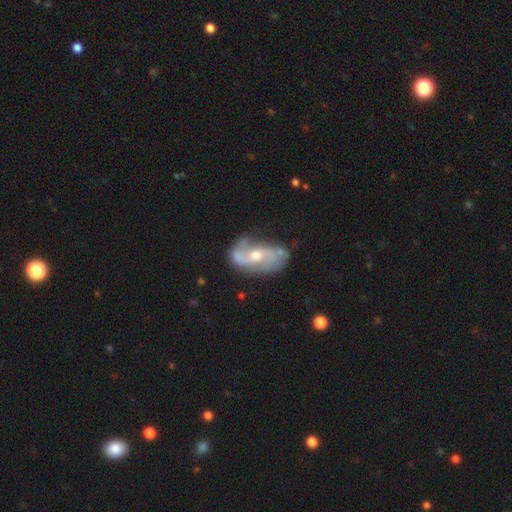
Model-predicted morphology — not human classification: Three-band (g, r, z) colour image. It shows a featured or disk galaxy (82%) with no bar (46%), 2 (84%) loose (54%) spiral arms (90%) and a moderate central bulge (60%). Merging: none (60%).